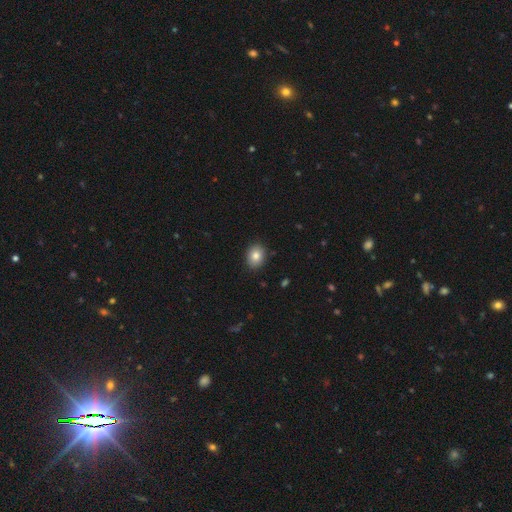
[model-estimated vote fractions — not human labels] A smooth galaxy with no disk features (83%) that is in between round and cigar-shaped (54%). Merging: none (89%).